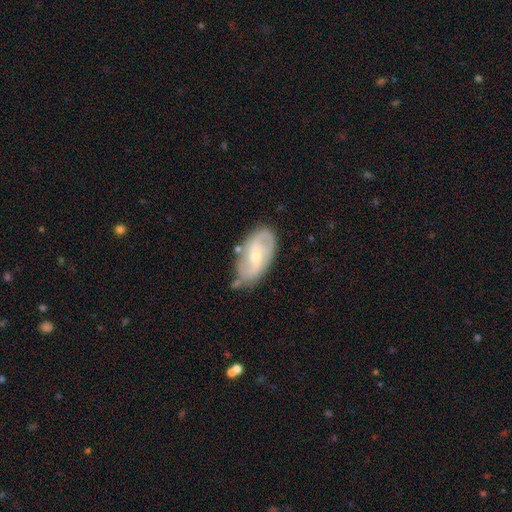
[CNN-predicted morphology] A featured or disk galaxy (77%) with a weak bar (45%), 2 (74%) medium (44%) spiral arms (92%) and a small central bulge (60%). Merging: none (69%).